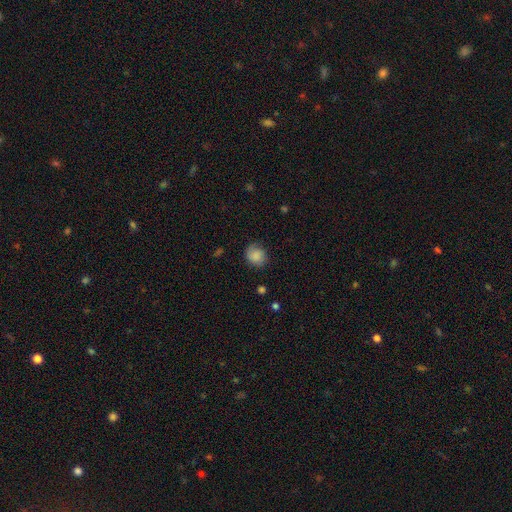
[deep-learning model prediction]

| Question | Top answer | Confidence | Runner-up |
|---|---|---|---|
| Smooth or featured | smooth | 77% | featured or disk (15%) |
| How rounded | round | 70% | in between (29%) |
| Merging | none | 74% | minor disturbance (19%) |